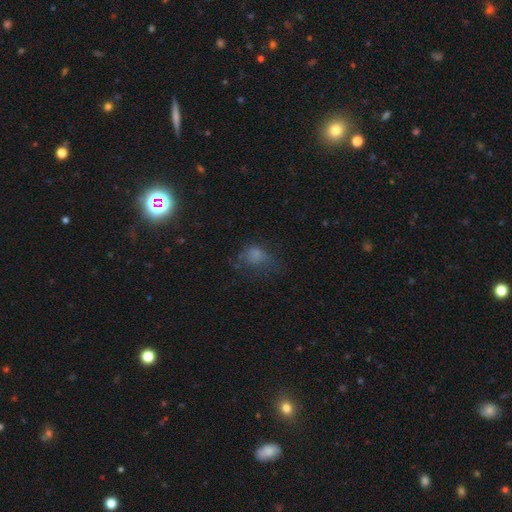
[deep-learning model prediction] Smooth or featured? Predicted: smooth (p=0.64). How rounded? Predicted: in between (p=0.63). Merging? Predicted: none (p=0.36, tied with major disturbance).